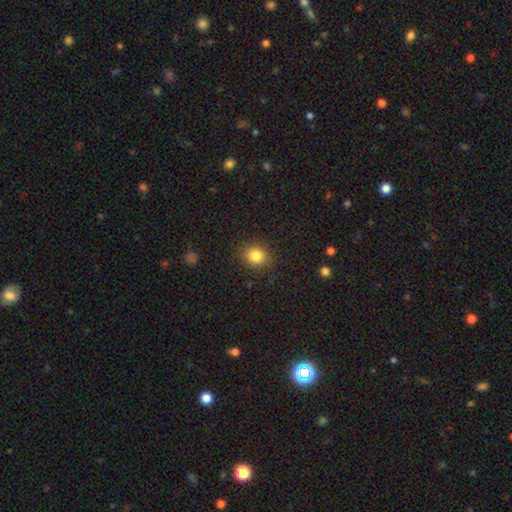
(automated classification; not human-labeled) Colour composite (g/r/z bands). It shows a smooth galaxy with no disk features (83%) that is round (66%). Merging: none (86%).